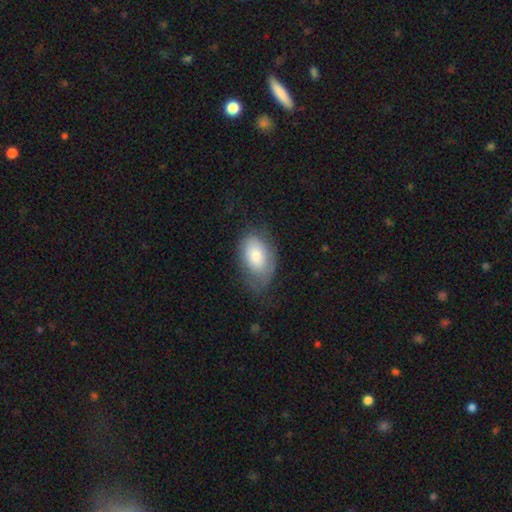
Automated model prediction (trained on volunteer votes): Q: Smooth or featured?
A: smooth (68%); runner-up: featured or disk (25%)
Q: How rounded?
A: in between (91%); runner-up: round (8%)
Q: Merging?
A: none (55%); runner-up: minor disturbance (30%)